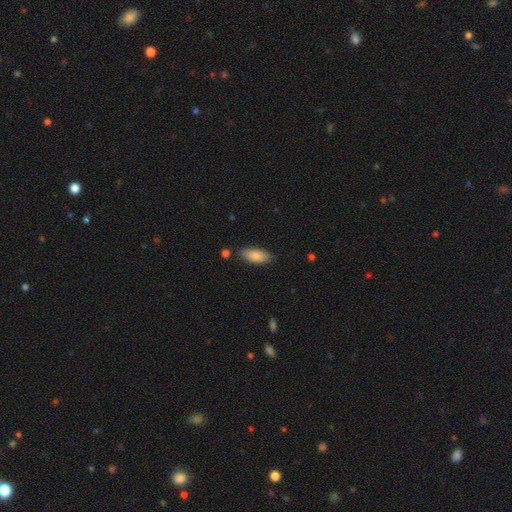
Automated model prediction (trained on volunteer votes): A smooth galaxy with no disk features (86%) that is in between round and cigar-shaped (84%). Merging: none (81%).